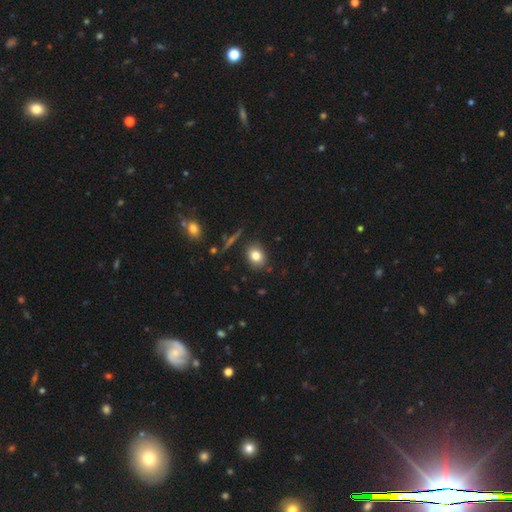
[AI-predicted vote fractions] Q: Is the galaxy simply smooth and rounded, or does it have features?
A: smooth — 80%.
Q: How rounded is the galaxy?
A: in between — 52%.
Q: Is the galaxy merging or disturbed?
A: none — 85%.